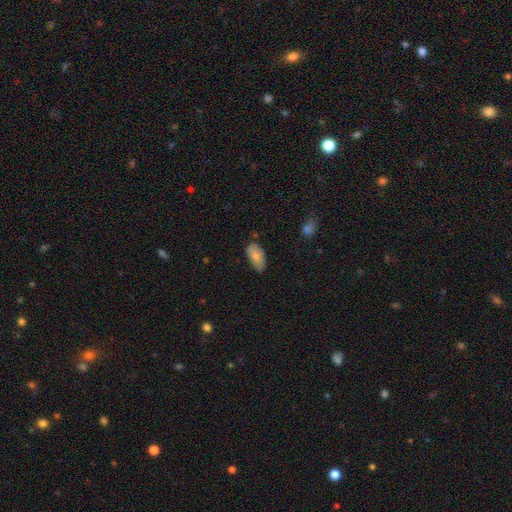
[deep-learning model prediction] Q: Smooth or featured?
A: smooth (78%); runner-up: featured or disk (15%)
Q: How rounded?
A: in between (93%); runner-up: cigar-shaped (4%)
Q: Merging?
A: none (65%); runner-up: minor disturbance (28%)